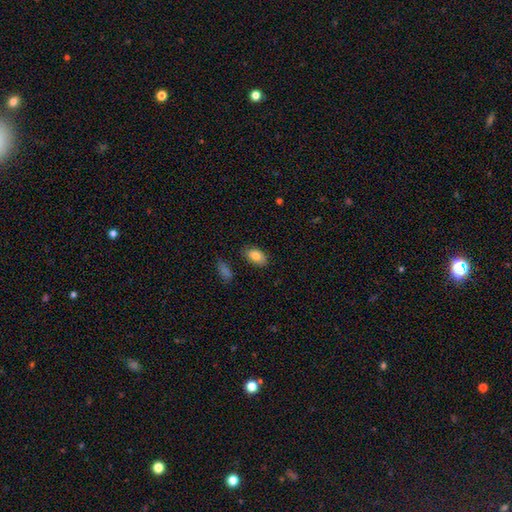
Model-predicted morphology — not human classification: smooth_or_featured: smooth (p=0.83) [alt: featured or disk p=0.10]
how_rounded: in between (p=0.92) [alt: round p=0.05]
merging: none (p=0.81) [alt: minor disturbance p=0.14]